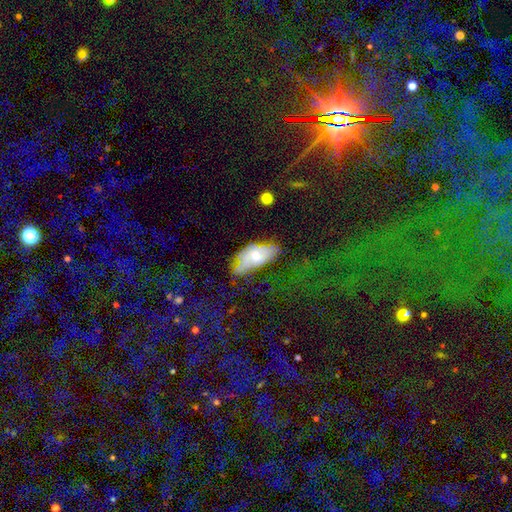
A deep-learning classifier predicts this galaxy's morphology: This appears to be a smooth galaxy with no disk features (48%). Merging: none (43%).